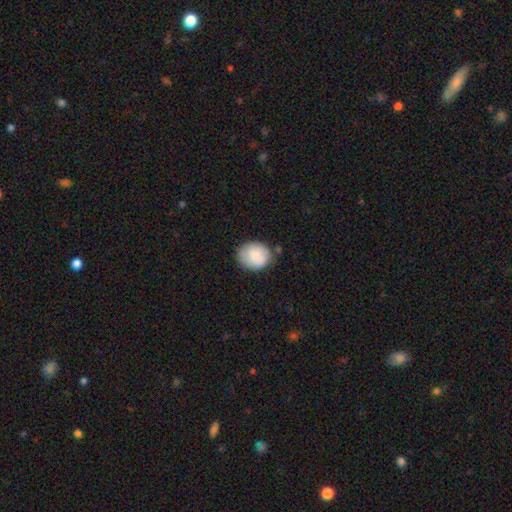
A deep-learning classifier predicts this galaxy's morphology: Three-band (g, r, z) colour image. It shows a smooth galaxy with no disk features (83%) that is round (65%). Merging: none (71%).